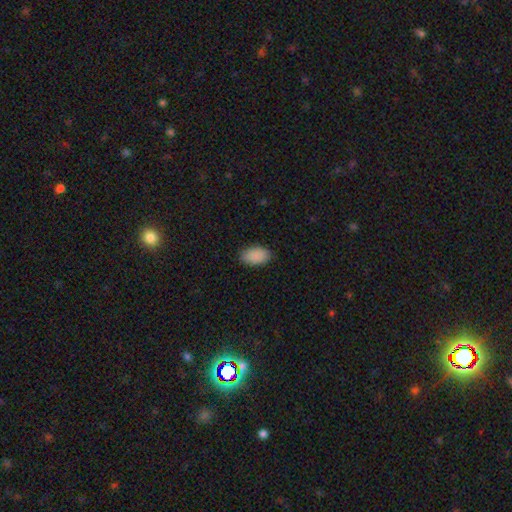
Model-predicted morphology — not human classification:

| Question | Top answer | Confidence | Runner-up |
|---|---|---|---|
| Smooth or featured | smooth | 90% | star or artifact (7%) |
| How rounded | in between | 93% | round (5%) |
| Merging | none | 84% | minor disturbance (13%) |